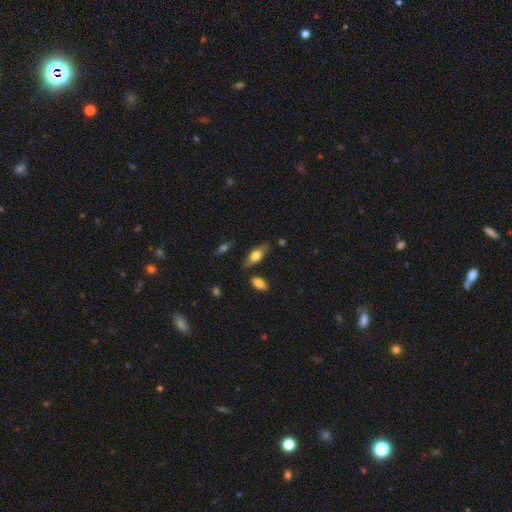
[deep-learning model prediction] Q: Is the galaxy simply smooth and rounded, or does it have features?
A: smooth — 72%.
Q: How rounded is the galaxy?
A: in between — 79%.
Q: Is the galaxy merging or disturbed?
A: none — 75%.